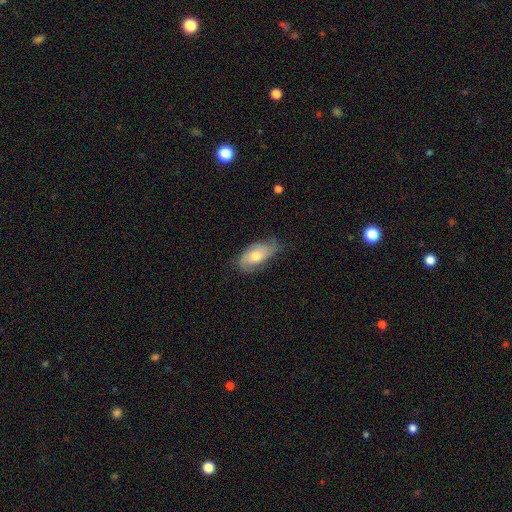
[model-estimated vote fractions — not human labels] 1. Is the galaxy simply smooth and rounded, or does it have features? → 52% smooth, 41% featured or disk, 7% star or artifact.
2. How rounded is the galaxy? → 89% in between, 7% cigar-shaped, 4% round.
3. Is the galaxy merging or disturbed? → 57% none, 33% minor disturbance, 9% major disturbance, 1% merger.